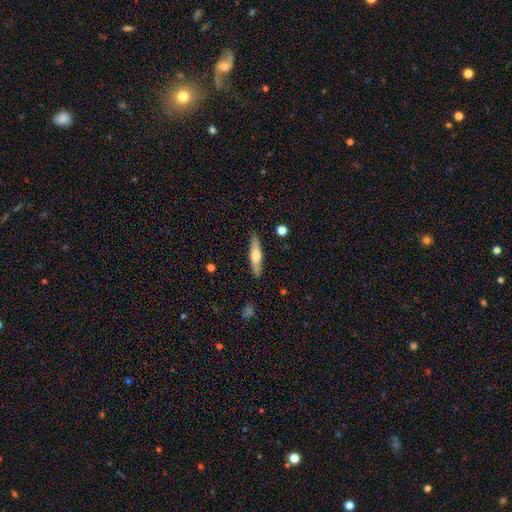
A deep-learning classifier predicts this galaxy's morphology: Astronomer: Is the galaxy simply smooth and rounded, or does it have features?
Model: smooth — 51% (runner-up: featured or disk, 43%).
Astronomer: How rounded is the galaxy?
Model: cigar-shaped — 74%.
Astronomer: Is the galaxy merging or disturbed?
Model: none — 89%.